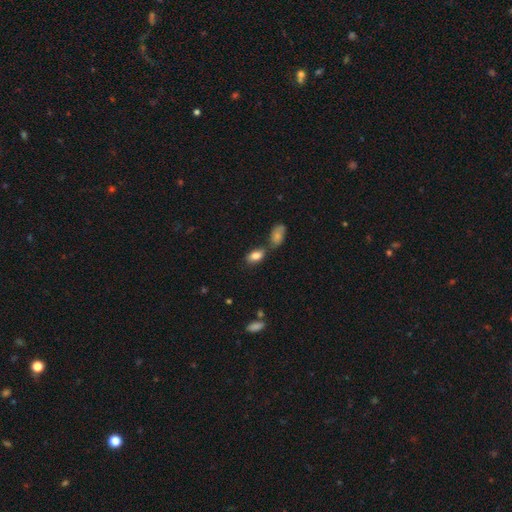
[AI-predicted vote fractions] Smooth or featured?
  - smooth: 83% *
  - featured or disk: 9%
  - star or artifact: 9%
How rounded?
  - in between: 91% *
  - round: 6%
  - cigar-shaped: 3%
Merging?
  - none: 56% *
  - merger: 26%
  - minor disturbance: 14%
  - major disturbance: 4%